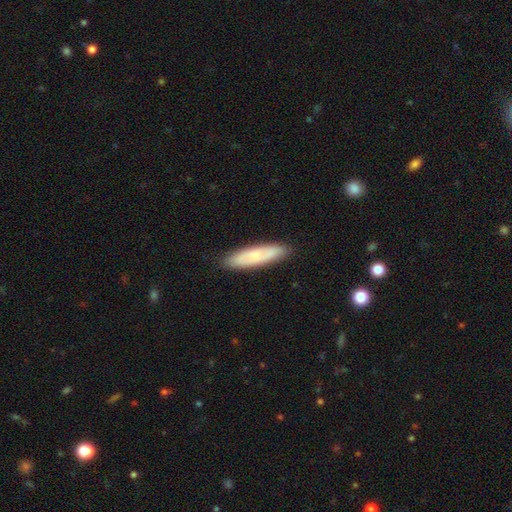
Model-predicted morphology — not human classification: A smooth galaxy with no disk features (57%) that is cigar-shaped (67%).

Vote fractions:
- Smooth or featured? smooth: 57% / featured or disk: 37% / star or artifact: 6%
- How rounded? cigar-shaped: 67% / in between: 31% / round: 2%
- Merging? none: 87% / minor disturbance: 10% / major disturbance: 2% / merger: 1%